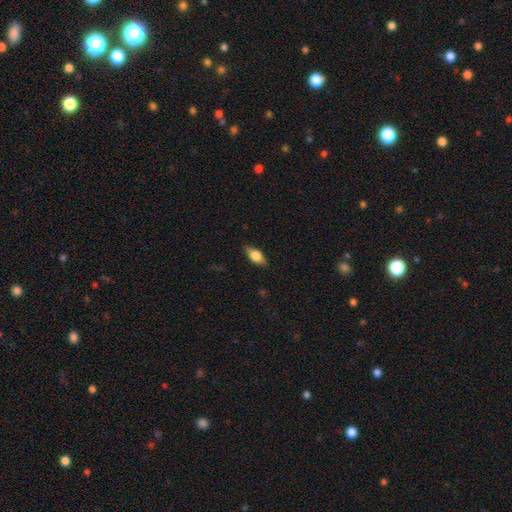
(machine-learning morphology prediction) A smooth galaxy with no disk features (76%) that is in between round and cigar-shaped (87%).

Vote fractions:
- Smooth or featured? smooth: 76% / featured or disk: 17% / star or artifact: 7%
- How rounded? in between: 87% / cigar-shaped: 9% / round: 4%
- Merging? none: 85% / minor disturbance: 12% / major disturbance: 2% / merger: 1%